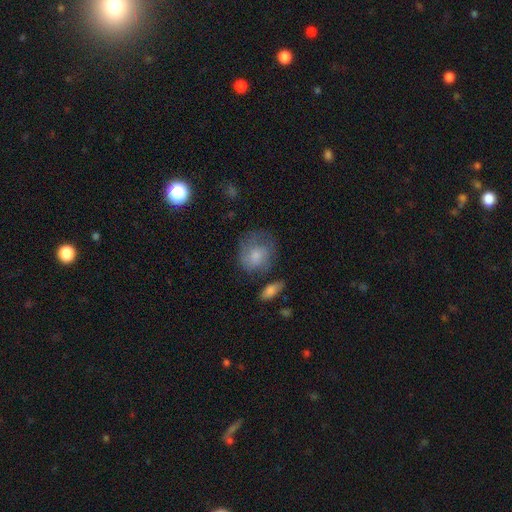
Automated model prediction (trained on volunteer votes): Q: Smooth or featured?
A: smooth (67%); runner-up: featured or disk (26%)
Q: How rounded?
A: round (68%); runner-up: in between (31%)
Q: Merging?
A: none (49%); runner-up: minor disturbance (27%)